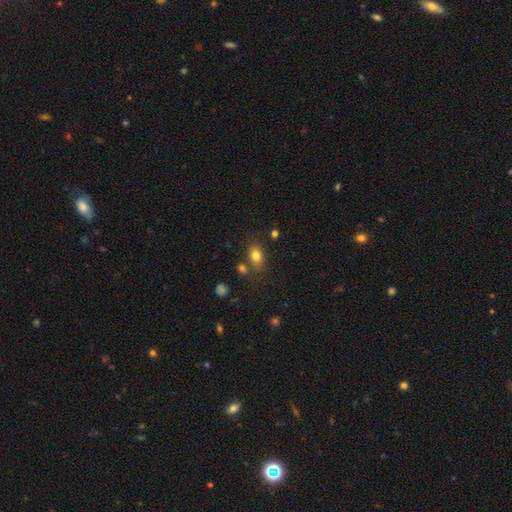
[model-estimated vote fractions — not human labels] This appears to be a smooth galaxy with no disk features (78%) that is in between round and cigar-shaped (76%). Merging: none (72%).